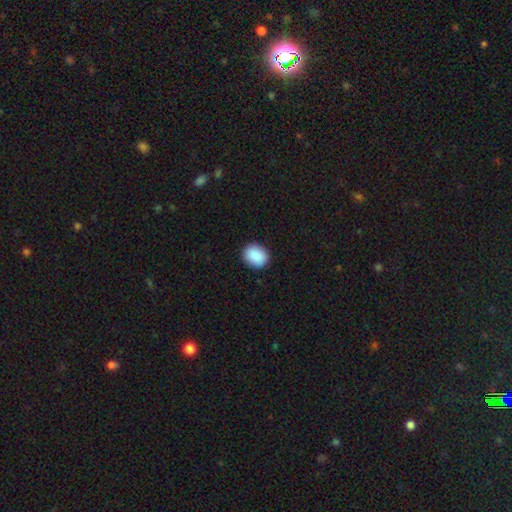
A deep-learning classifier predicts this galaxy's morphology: Smooth or featured? smooth (90%)
How rounded? round (56%)
Merging? none (89%)